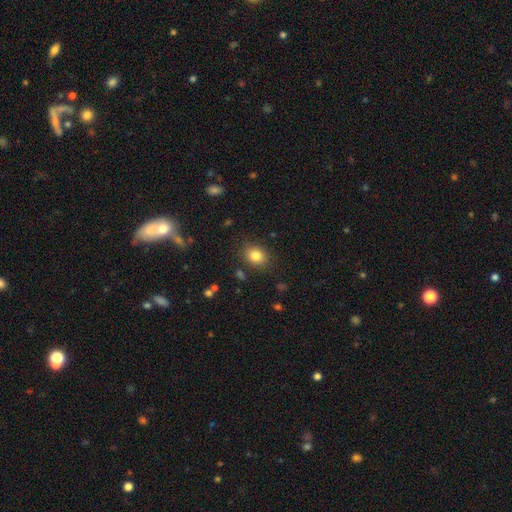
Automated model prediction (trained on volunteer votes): This appears to be a smooth galaxy with no disk features (83%) that is round (52%). Merging: none (85%).